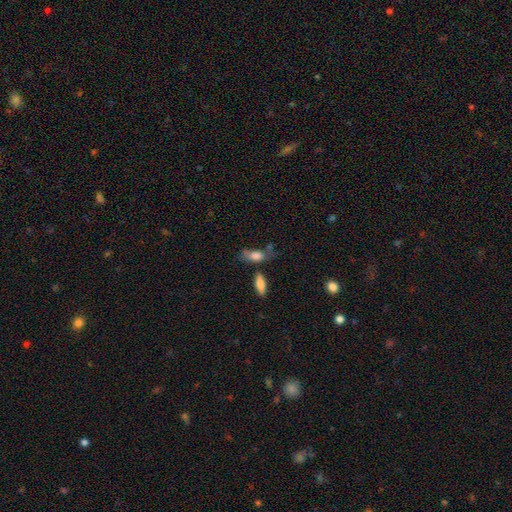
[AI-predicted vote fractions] smooth 78%, featured or disk 13%, star or artifact 9%. Down the decision tree: how rounded — in between (79%); merging — none (41%).